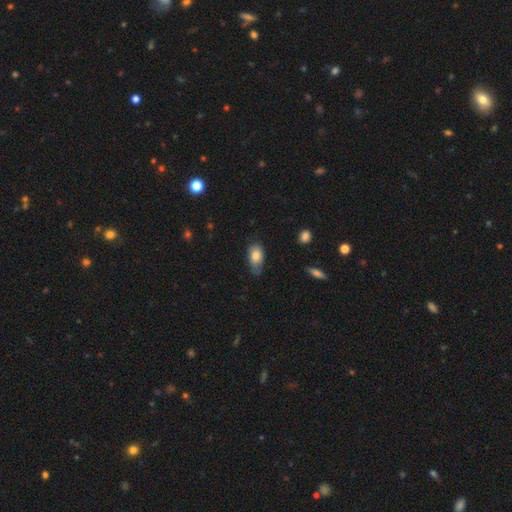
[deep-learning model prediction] Smooth or featured? smooth (80%)
How rounded? in between (90%)
Merging? none (53%)